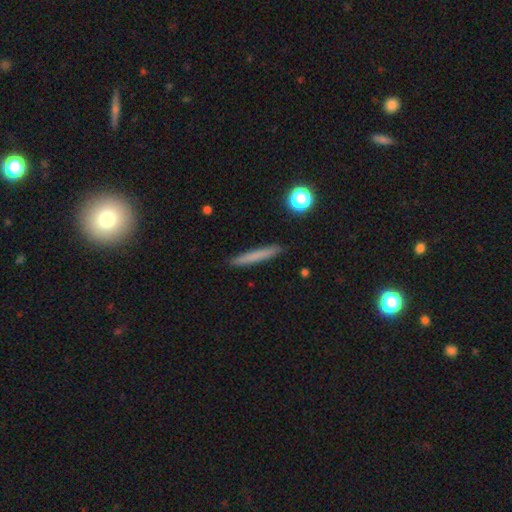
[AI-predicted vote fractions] smooth_or_featured: smooth (p=0.72) [alt: featured or disk p=0.21]
how_rounded: cigar-shaped (p=0.96) [alt: in between p=0.03]
merging: none (p=0.91) [alt: minor disturbance p=0.06]